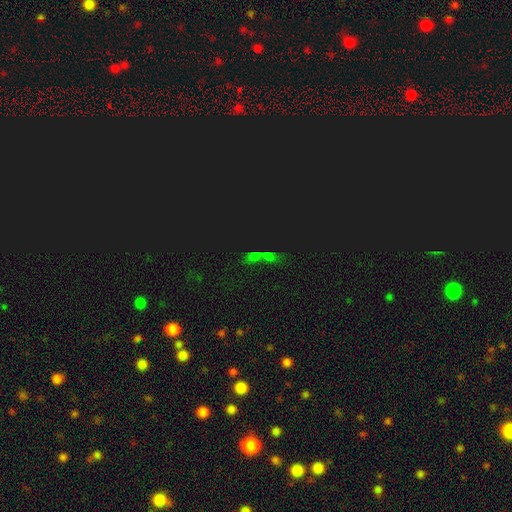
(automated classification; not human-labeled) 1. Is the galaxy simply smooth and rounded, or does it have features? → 64% star or artifact, 24% smooth, 12% featured or disk.